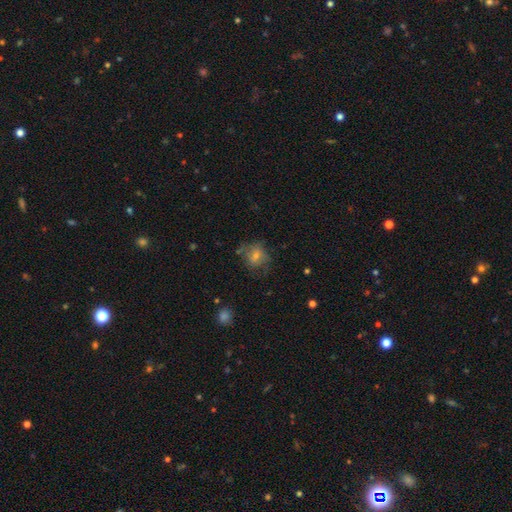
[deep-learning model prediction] The model was most divided on "how rounded": round: 66%, in between: 33%, cigar-shaped: 1%. More confident: smooth or featured — smooth (62%); merging — none (58%).